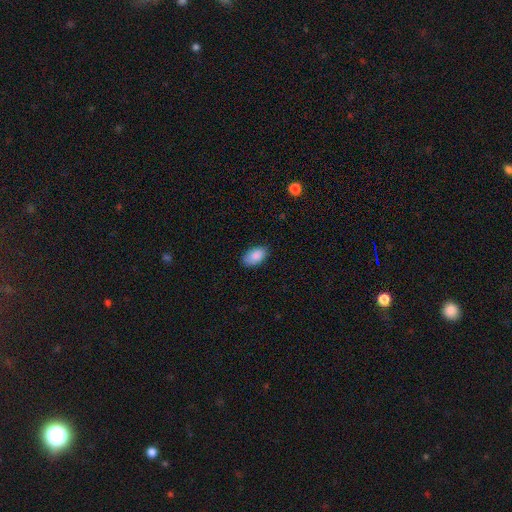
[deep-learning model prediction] The model was most divided on "merging": none: 84%, minor disturbance: 13%, major disturbance: 2%, merger: 1%. More confident: how rounded — in between (94%); smooth or featured — smooth (88%).